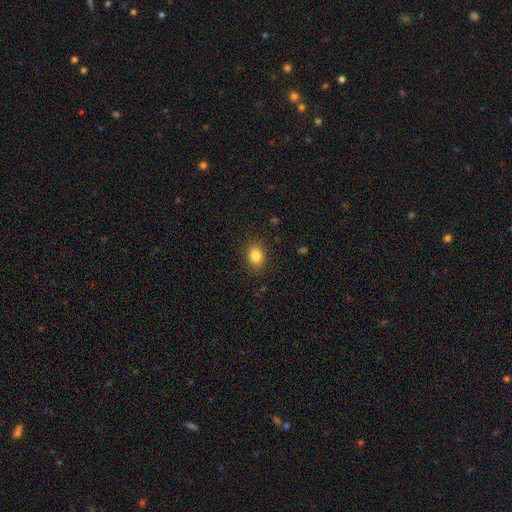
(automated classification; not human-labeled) Smooth or featured?
  - smooth: 84% *
  - star or artifact: 10%
  - featured or disk: 6%
How rounded?
  - in between: 57% *
  - round: 42%
  - cigar-shaped: 1%
Merging?
  - none: 87% *
  - minor disturbance: 9%
  - major disturbance: 3%
  - merger: 1%